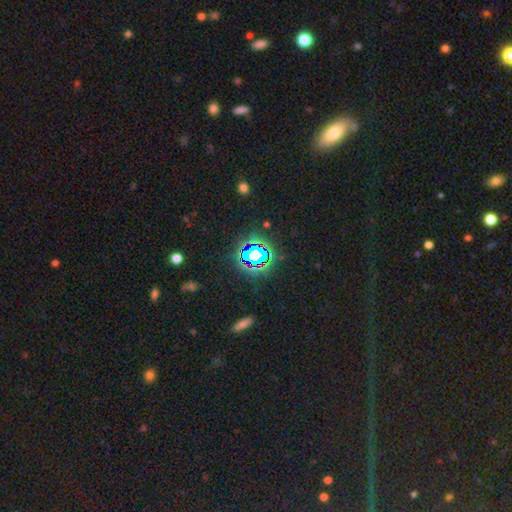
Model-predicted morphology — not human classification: A star or artifact, not a galaxy (71%).